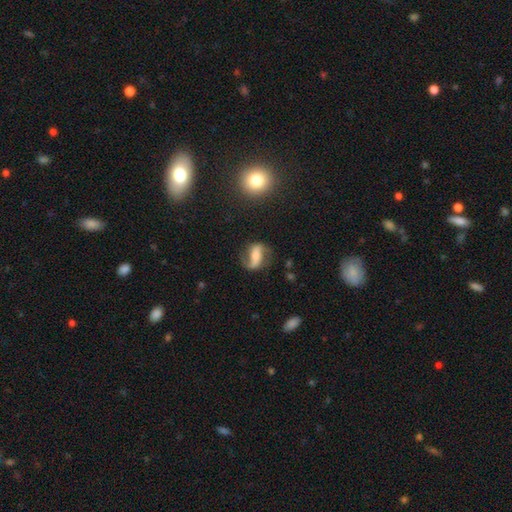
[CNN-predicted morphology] This appears to be a featured or disk galaxy (75%) with a strong bar (48%), 2 (87%) loose (60%) spiral arms (93%) and a moderate central bulge (31%). Merging: none (70%).